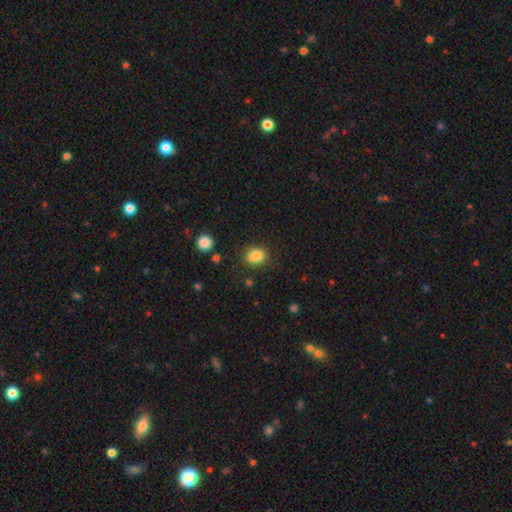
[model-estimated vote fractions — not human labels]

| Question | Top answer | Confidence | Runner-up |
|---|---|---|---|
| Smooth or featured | smooth | 85% | star or artifact (10%) |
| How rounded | in between | 54% | round (45%) |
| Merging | none | 77% | minor disturbance (15%) |